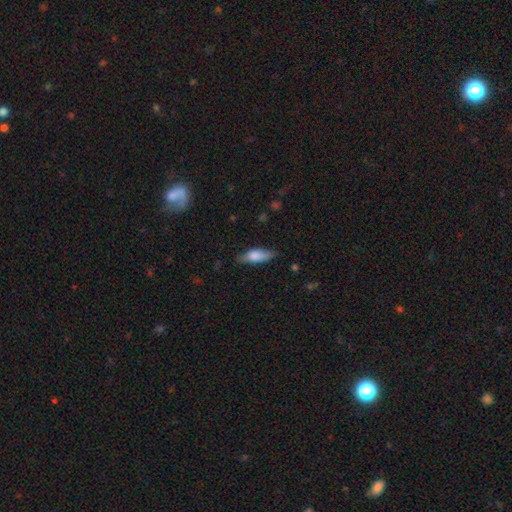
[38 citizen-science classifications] Volunteers were most divided on "smooth or featured": smooth: 68%, featured or disk: 32%, star or artifact: 0%. More confident: how rounded — in between (85%); merging — none (76%).